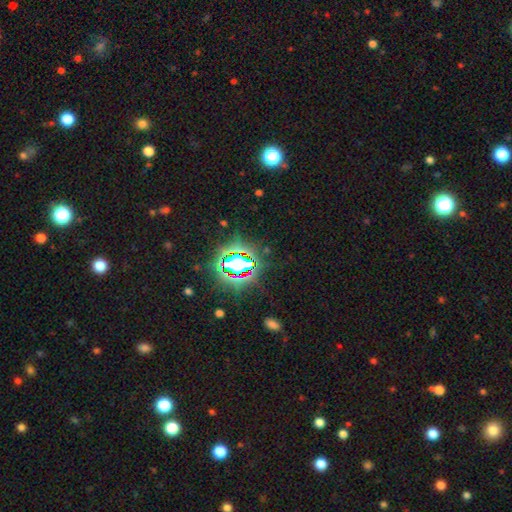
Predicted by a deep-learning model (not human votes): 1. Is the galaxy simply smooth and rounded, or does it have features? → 81% star or artifact, 12% smooth, 7% featured or disk.